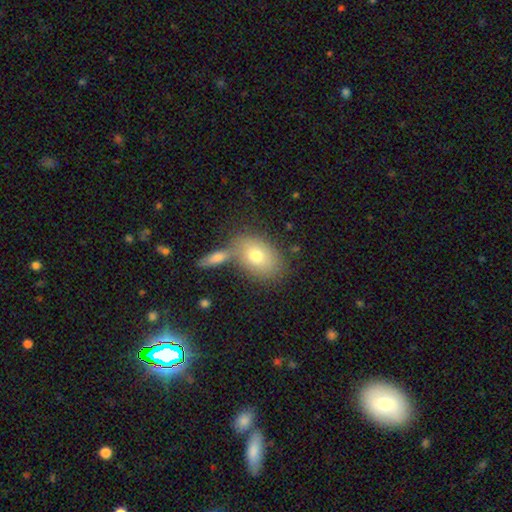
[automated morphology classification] The model was most divided on "merging": none: 54%, merger: 29%, minor disturbance: 12%, major disturbance: 5%. More confident: how rounded — in between (82%); smooth or featured — smooth (73%).